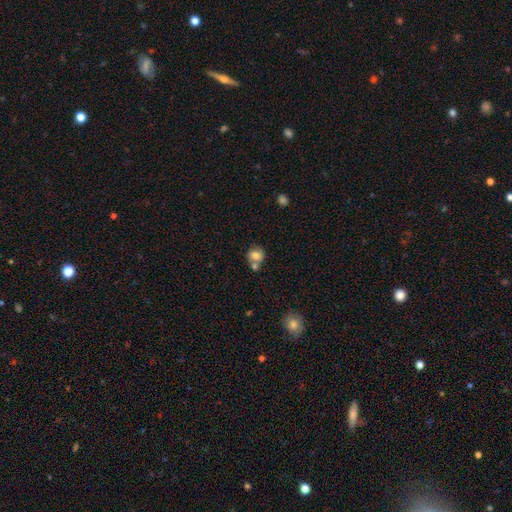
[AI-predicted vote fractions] Q: Smooth or featured?
A: smooth (76%); runner-up: featured or disk (14%)
Q: How rounded?
A: round (73%); runner-up: in between (26%)
Q: Merging?
A: none (50%); runner-up: merger (34%)